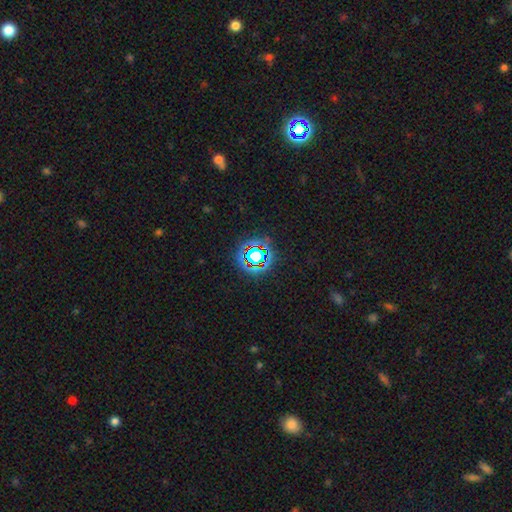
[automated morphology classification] type=star or artifact (68%).